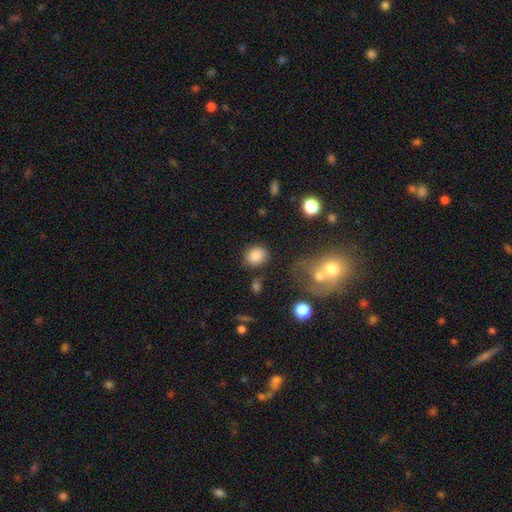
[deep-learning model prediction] smooth_or_featured: smooth (p=0.85) [alt: star or artifact p=0.10]
how_rounded: round (p=0.68) [alt: in between p=0.31]
merging: none (p=0.78) [alt: minor disturbance p=0.13]